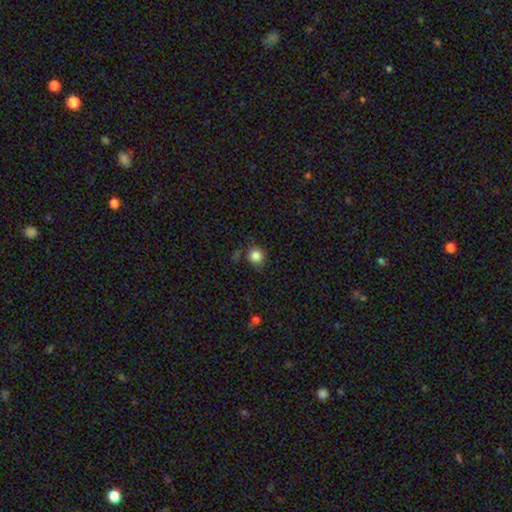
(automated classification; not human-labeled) This appears to be a smooth galaxy with no disk features (84%) that is round (86%). Merging: none (76%).